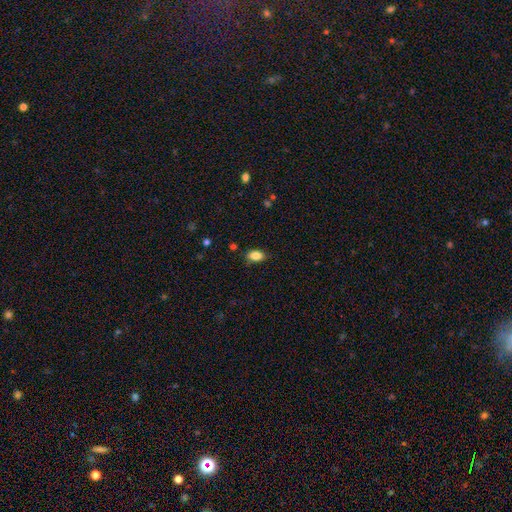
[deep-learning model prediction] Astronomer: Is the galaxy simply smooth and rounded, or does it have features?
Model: smooth — 85%.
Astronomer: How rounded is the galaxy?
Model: in between — 89%.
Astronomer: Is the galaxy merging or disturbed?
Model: none — 80%.